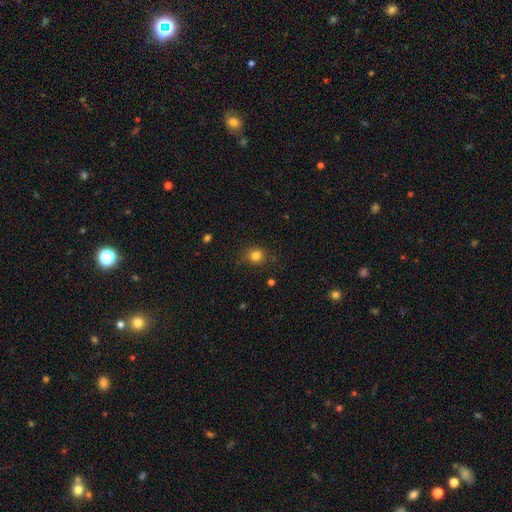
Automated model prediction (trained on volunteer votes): Smooth or featured? Predicted: smooth (p=0.81). How rounded? Predicted: round (p=0.81). Merging? Predicted: none (p=0.78).